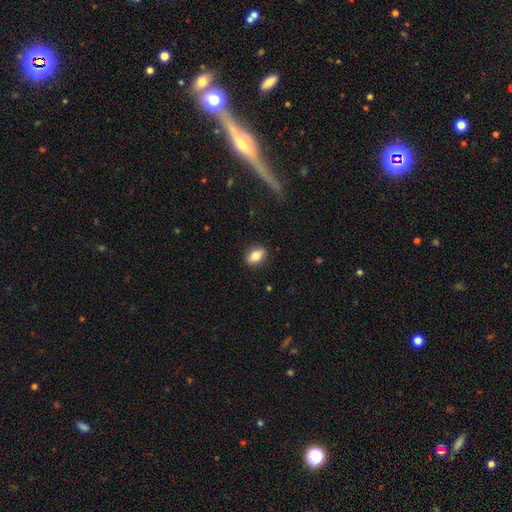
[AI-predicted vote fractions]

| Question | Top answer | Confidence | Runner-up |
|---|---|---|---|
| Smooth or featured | smooth | 79% | featured or disk (14%) |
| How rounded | in between | 80% | round (16%) |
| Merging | none | 88% | minor disturbance (9%) |